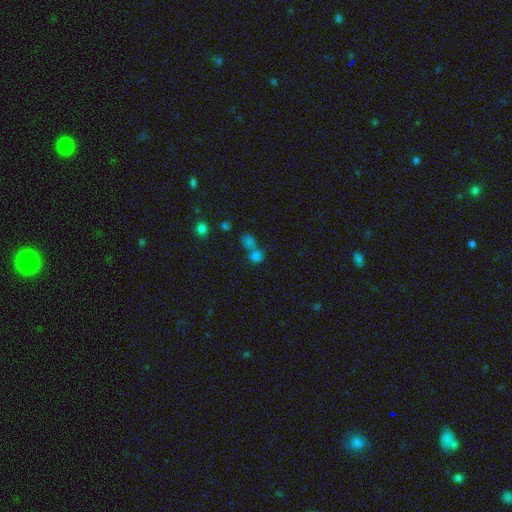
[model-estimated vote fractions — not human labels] Smooth or featured: smooth — 74% (star or artifact — 18%)
How rounded: round — 74% (in between — 24%)
Merging: merger — 51% (none — 38%)